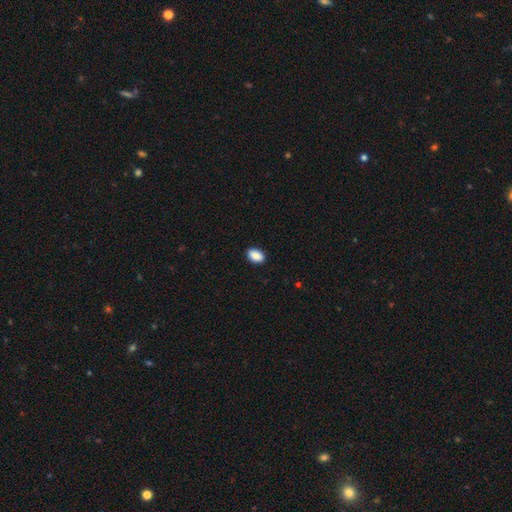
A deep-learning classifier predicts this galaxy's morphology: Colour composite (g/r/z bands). It shows a smooth galaxy with no disk features (90%) that is in between round and cigar-shaped (91%). Merging: none (89%).